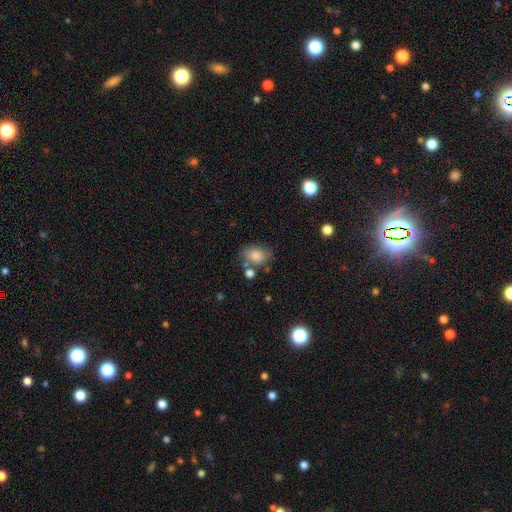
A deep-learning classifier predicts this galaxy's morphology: smooth_or_featured: smooth (p=0.82) [alt: star or artifact p=0.09]
how_rounded: in between (p=0.73) [alt: round p=0.25]
merging: none (p=0.64) [alt: minor disturbance p=0.19]